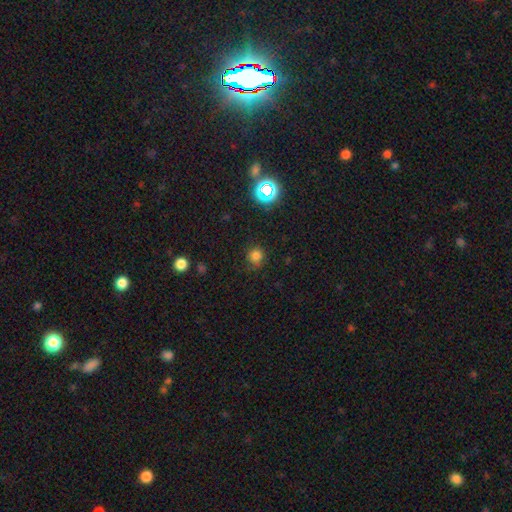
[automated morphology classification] Smooth or featured: smooth — 75% (star or artifact — 19%)
How rounded: round — 89% (in between — 10%)
Merging: none — 75% (minor disturbance — 18%)